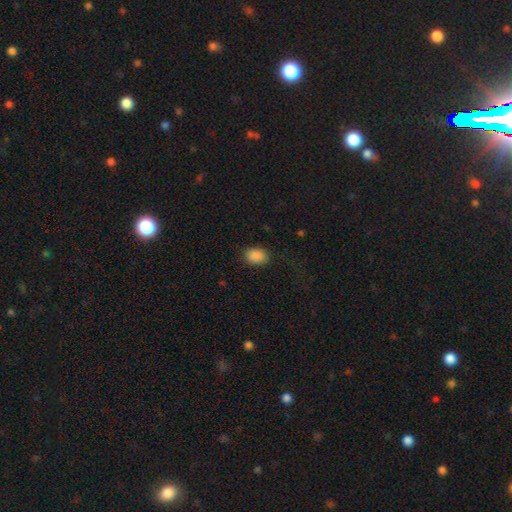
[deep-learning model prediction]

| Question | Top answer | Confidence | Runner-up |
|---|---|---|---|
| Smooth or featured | smooth | 89% | star or artifact (9%) |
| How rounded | in between | 70% | round (29%) |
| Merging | none | 85% | minor disturbance (11%) |